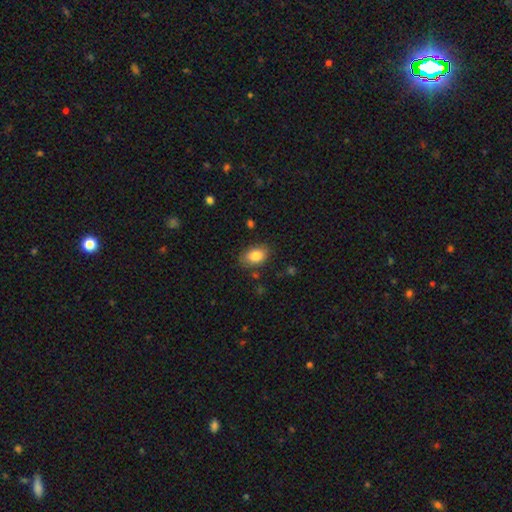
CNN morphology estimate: type=smooth (84%); roundness=in between (84%); merging=none (81%).